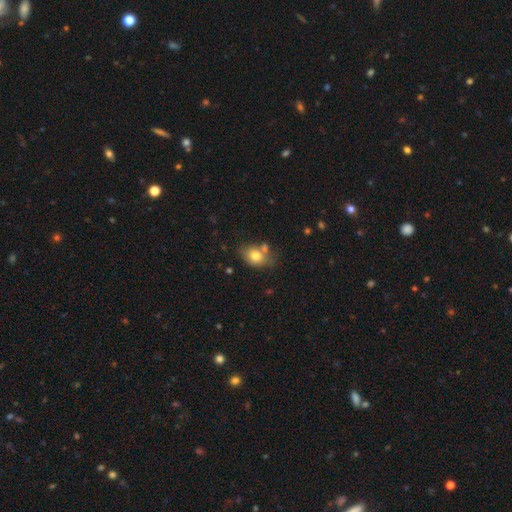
Smooth or featured?
  - smooth: 77% *
  - featured or disk: 13%
  - star or artifact: 10%
How rounded?
  - in between: 73% *
  - round: 27%
  - cigar-shaped: 0%
Merging?
  - none: 57% *
  - minor disturbance: 23%
  - merger: 17%
  - major disturbance: 3%